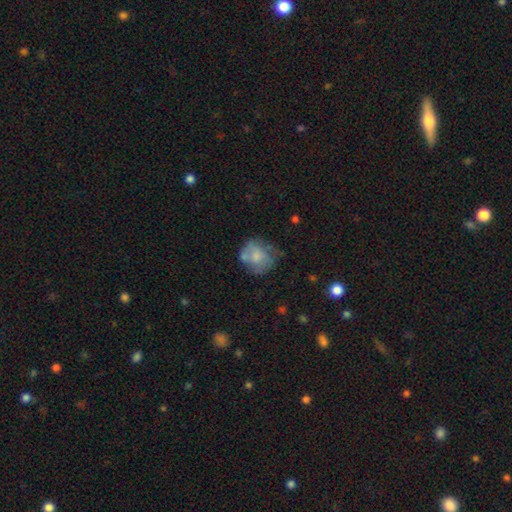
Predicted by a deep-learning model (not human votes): This appears to be a smooth galaxy with no disk features (56%) that is round (73%). Merging: none (46%).